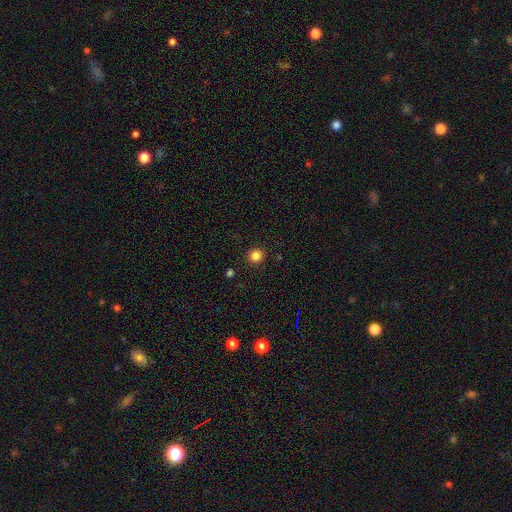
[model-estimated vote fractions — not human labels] Overall: smooth (83%). How rounded: round (92%). Merging: none (92%).